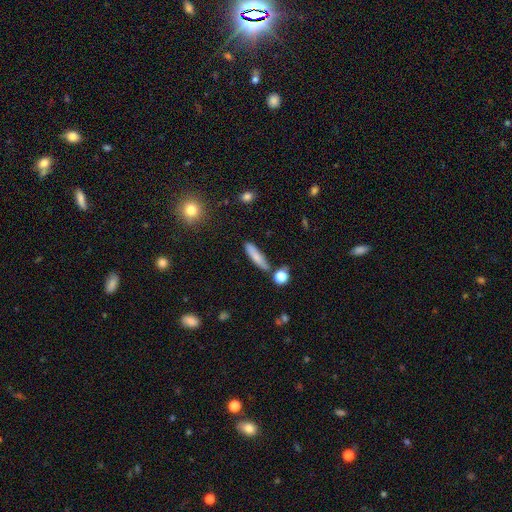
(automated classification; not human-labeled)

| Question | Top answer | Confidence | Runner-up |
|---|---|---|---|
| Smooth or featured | smooth | 78% | featured or disk (15%) |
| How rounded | cigar-shaped | 80% | in between (17%) |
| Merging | none | 78% | minor disturbance (13%) |